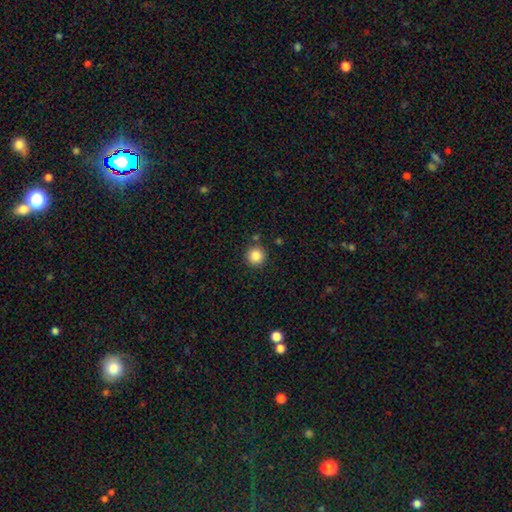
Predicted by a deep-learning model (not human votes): Overall: smooth (86%). How rounded: round (95%). Merging: none (88%).